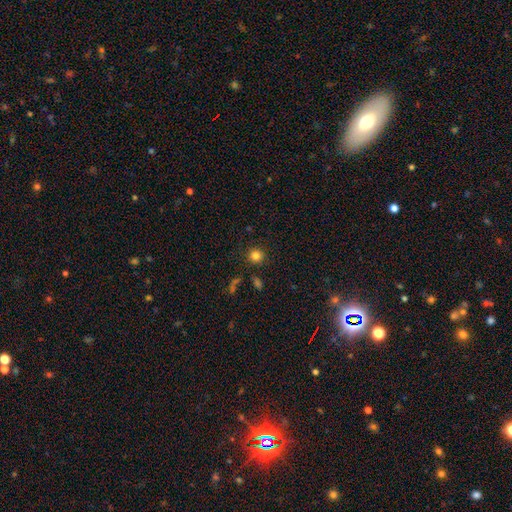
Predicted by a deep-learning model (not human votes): Smooth or featured: smooth — 82% (star or artifact — 12%)
How rounded: round — 90% (in between — 9%)
Merging: none — 87% (minor disturbance — 7%)